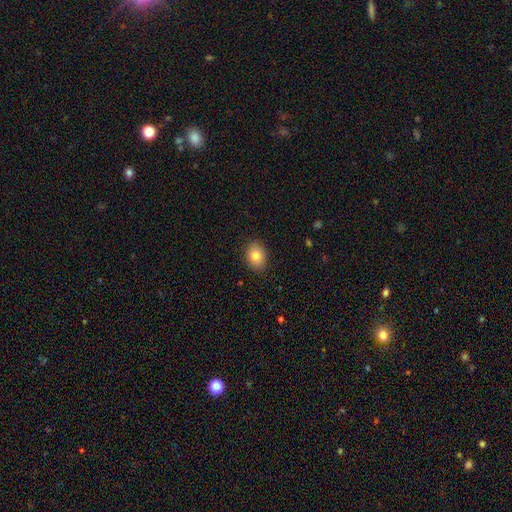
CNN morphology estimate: Smooth or featured? Predicted: smooth (p=0.83). How rounded? Predicted: in between (p=0.63). Merging? Predicted: none (p=0.89).